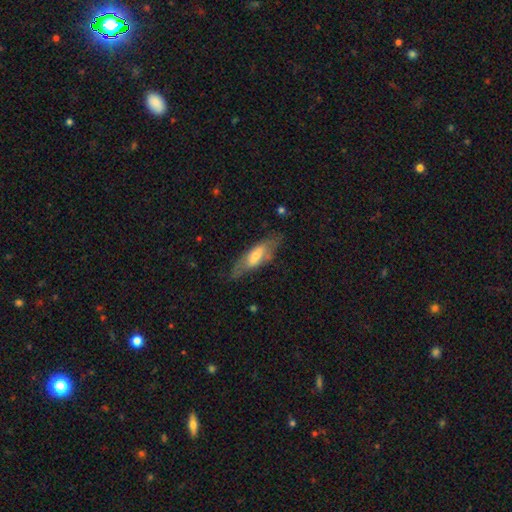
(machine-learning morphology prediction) type=featured or disk (50%); merging=none (68%).